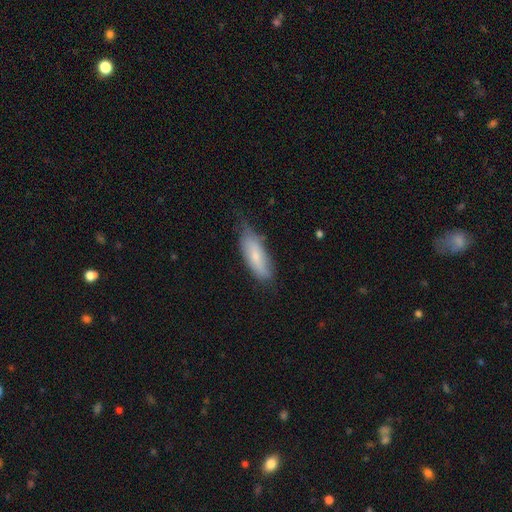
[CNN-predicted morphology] A smooth galaxy with no disk features (68%) that is in between round and cigar-shaped (62%). Merging: none (57%).